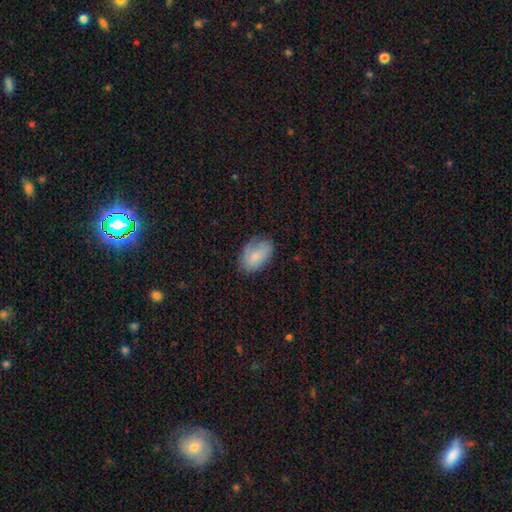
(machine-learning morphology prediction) Overall: smooth (77%). How rounded: in between (88%). Merging: none (66%).